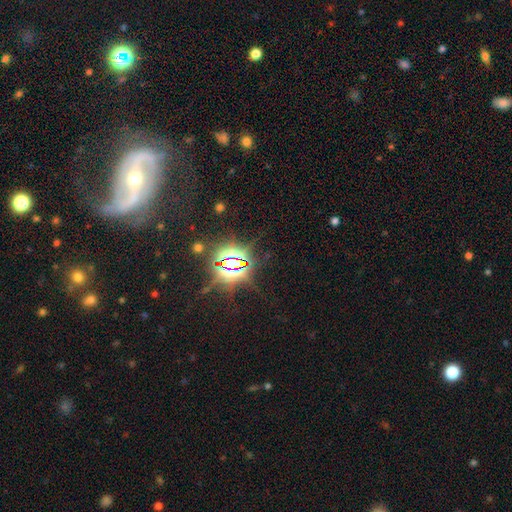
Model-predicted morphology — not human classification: A featured or disk galaxy (49%).

Vote fractions:
- Smooth or featured? featured or disk: 49% / star or artifact: 35% / smooth: 17%
- Merging? none: 64% / minor disturbance: 15% / major disturbance: 14% / merger: 8%